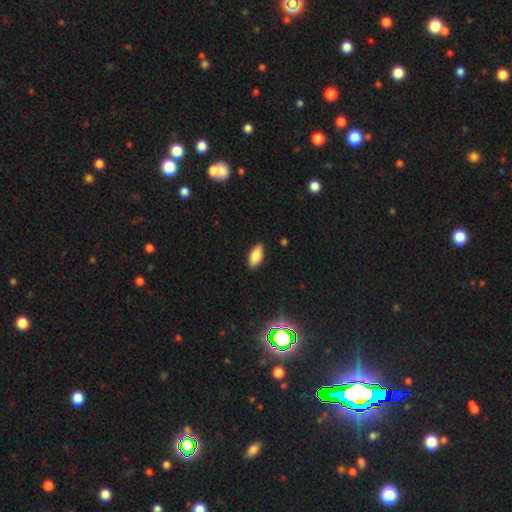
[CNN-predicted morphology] Smooth or featured? smooth (82%)
How rounded? in between (88%)
Merging? none (87%)